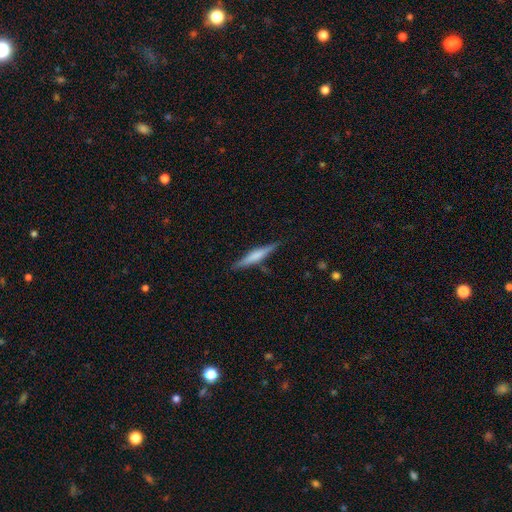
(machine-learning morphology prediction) Overall: smooth (49%; featured or disk 46%). Merging: none (87%).